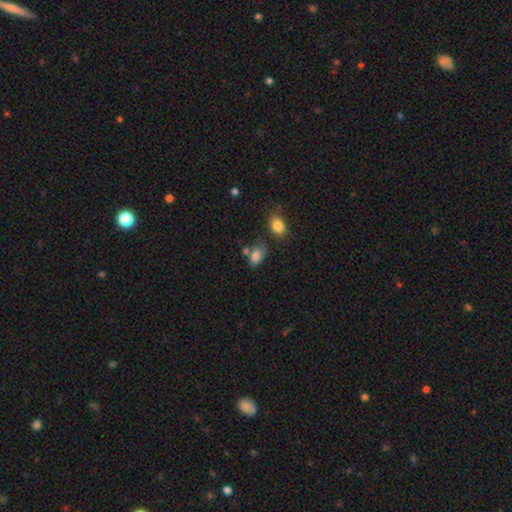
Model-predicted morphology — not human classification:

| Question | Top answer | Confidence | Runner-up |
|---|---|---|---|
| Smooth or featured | smooth | 82% | star or artifact (10%) |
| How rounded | in between | 89% | round (9%) |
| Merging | none | 53% | minor disturbance (21%) |